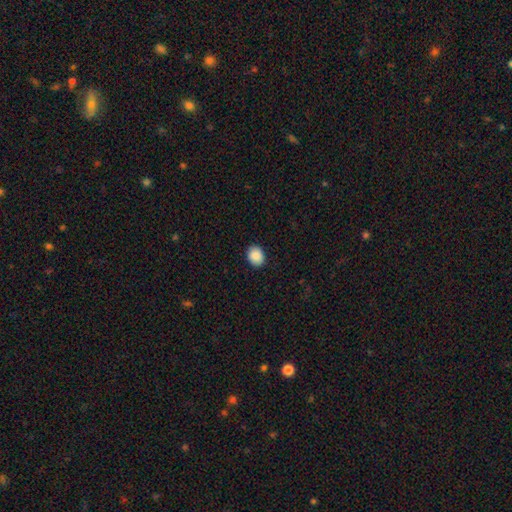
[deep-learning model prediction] This is clearly a smooth galaxy (90%). How rounded: possibly in between (51%). Merging: clearly none (91%).